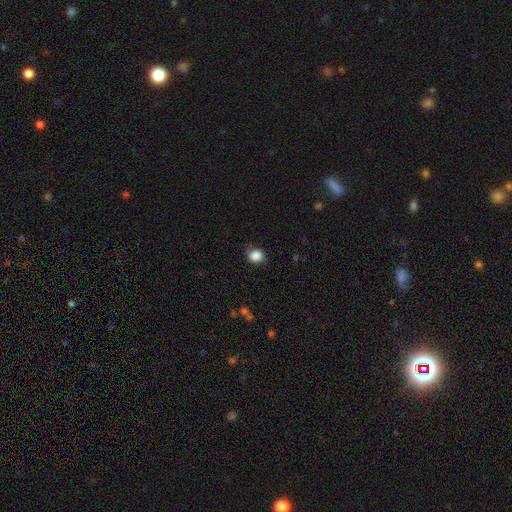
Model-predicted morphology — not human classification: smooth 86%, star or artifact 9%, featured or disk 5%. Down the decision tree: how rounded — round (72%); merging — none (74%).